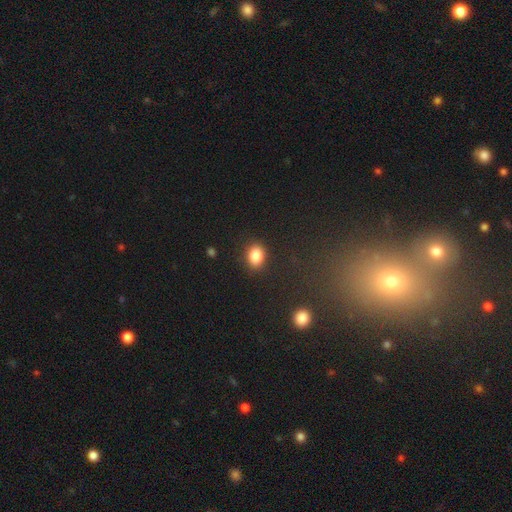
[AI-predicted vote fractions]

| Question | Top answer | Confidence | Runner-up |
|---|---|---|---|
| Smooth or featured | smooth | 85% | star or artifact (10%) |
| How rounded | in between | 60% | round (38%) |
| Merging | none | 86% | minor disturbance (9%) |